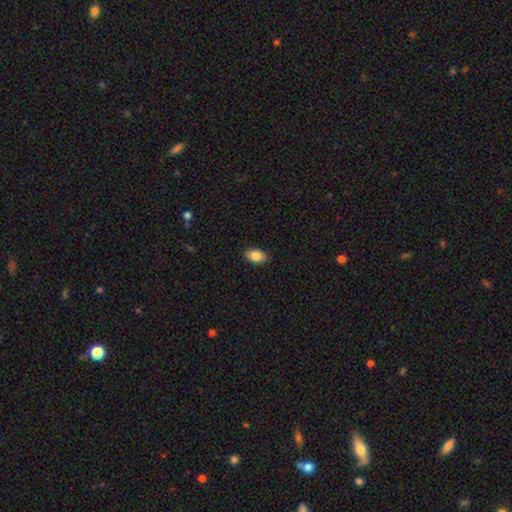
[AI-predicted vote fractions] Smooth or featured?
  - smooth: 85% *
  - featured or disk: 8%
  - star or artifact: 7%
How rounded?
  - in between: 92% *
  - round: 7%
  - cigar-shaped: 2%
Merging?
  - none: 89% *
  - minor disturbance: 8%
  - major disturbance: 2%
  - merger: 1%